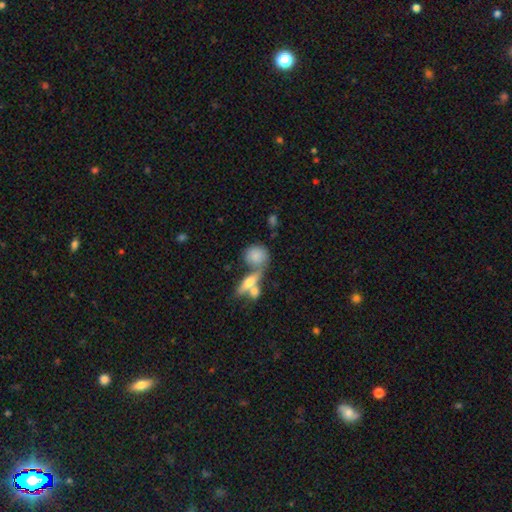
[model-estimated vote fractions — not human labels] Smooth or featured? smooth (74%)
How rounded? round (64%)
Merging? merger (41%)